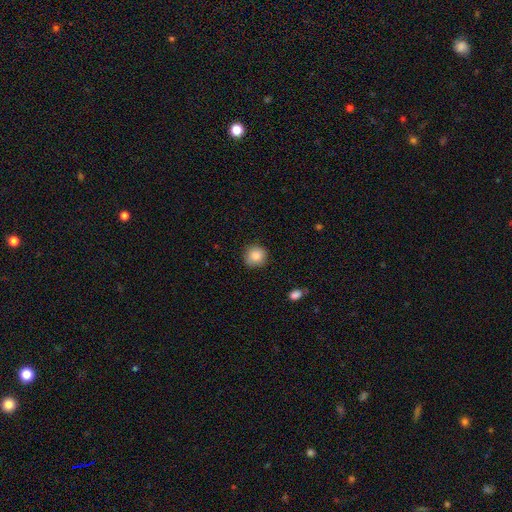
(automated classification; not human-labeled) The model was most divided on "merging": none: 86%, minor disturbance: 11%, major disturbance: 2%, merger: 1%. More confident: how rounded — round (92%); smooth or featured — smooth (85%).